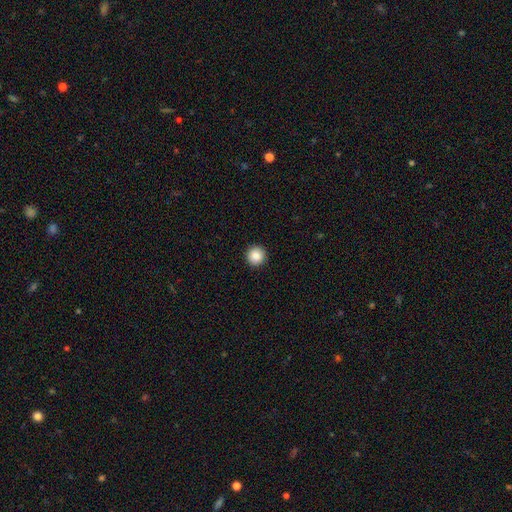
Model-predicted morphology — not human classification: Smooth or featured?
  - smooth: 86% *
  - star or artifact: 9%
  - featured or disk: 5%
How rounded?
  - round: 96% *
  - in between: 3%
  - cigar-shaped: 1%
Merging?
  - none: 94% *
  - minor disturbance: 4%
  - major disturbance: 1%
  - merger: 1%